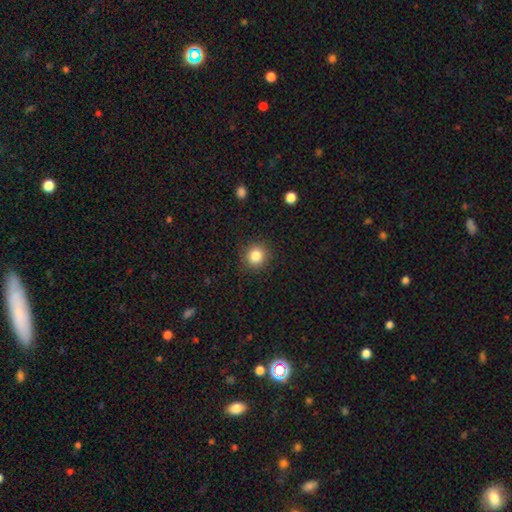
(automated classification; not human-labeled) A smooth galaxy with no disk features (84%) that is round (90%). Merging: none (89%).